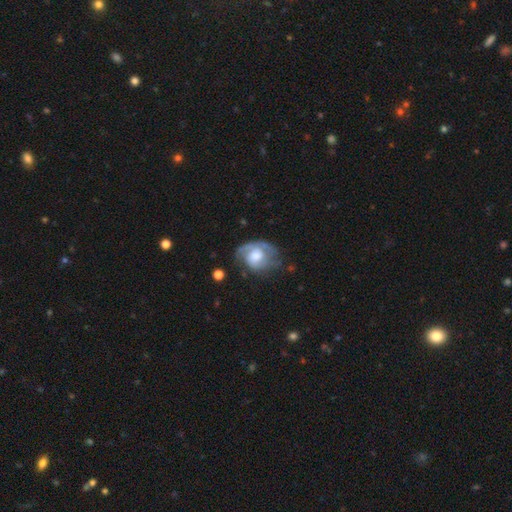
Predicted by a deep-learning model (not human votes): featured or disk 65%, smooth 29%, star or artifact 7%. Down the decision tree: edge-on disk — no (97%); bar — no (69%); spiral arms — yes (79%); bulge size — large (38%); merging — none (48%).